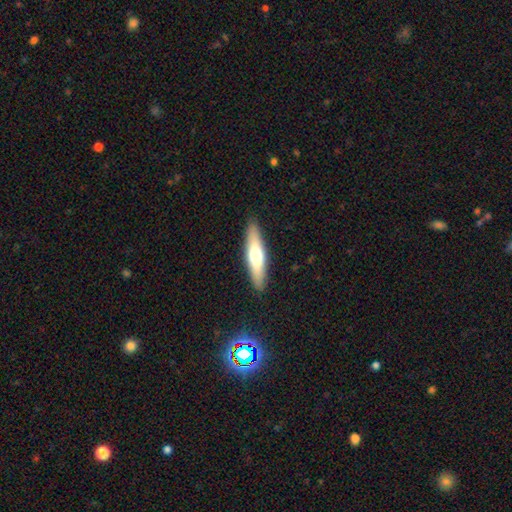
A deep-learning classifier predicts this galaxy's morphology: Smooth or featured?
  - smooth: 55% *
  - featured or disk: 40%
  - star or artifact: 6%
How rounded?
  - cigar-shaped: 73% *
  - in between: 25%
  - round: 2%
Merging?
  - none: 90% *
  - minor disturbance: 7%
  - major disturbance: 2%
  - merger: 1%